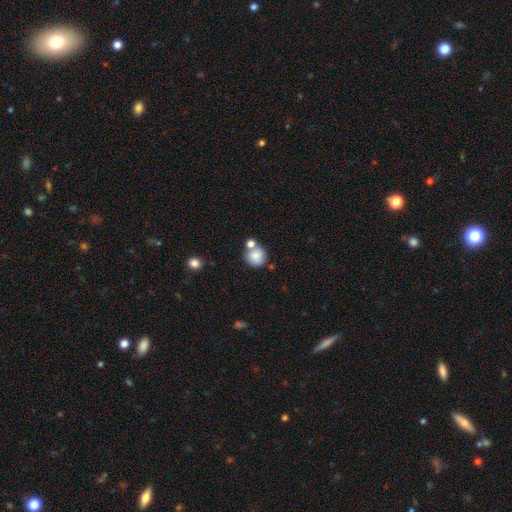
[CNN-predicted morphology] This appears to be a smooth galaxy with no disk features (80%) that is round (85%). Merging: none (51%).